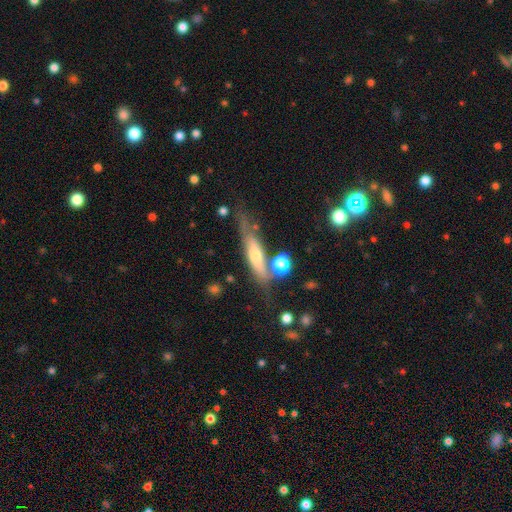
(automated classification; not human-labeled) featured or disk 53%, smooth 39%, star or artifact 8%. Down the decision tree: edge-on disk — yes (78%); merging — none (54%).